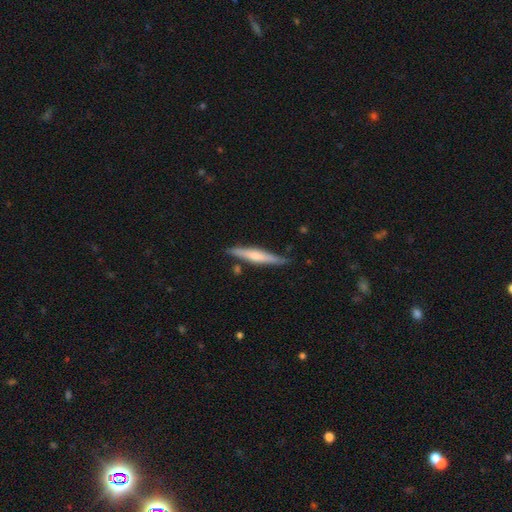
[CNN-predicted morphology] This appears to be a featured or disk galaxy (50%) viewed edge-on (96%). Merging: none (84%).